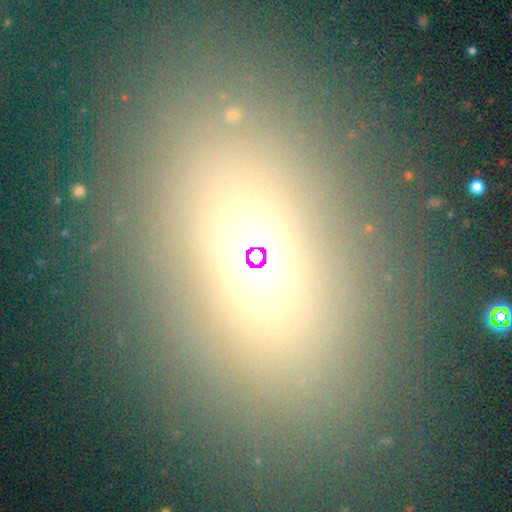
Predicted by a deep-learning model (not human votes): smooth-or-featured: smooth: 52% | star or artifact: 32% | featured or disk: 16%
  how-rounded: in between: 64% | round: 31% | cigar-shaped: 5%
  merging: none: 80% | minor disturbance: 9% | major disturbance: 5% | merger: 5%